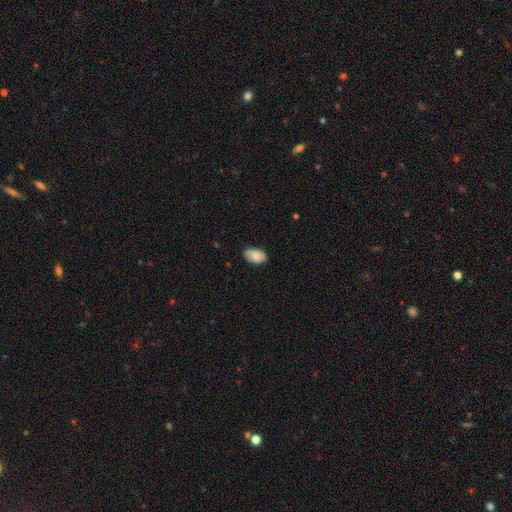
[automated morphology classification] This is likely a smooth galaxy (78%). How rounded: clearly in between (91%). Merging: likely none (78%).